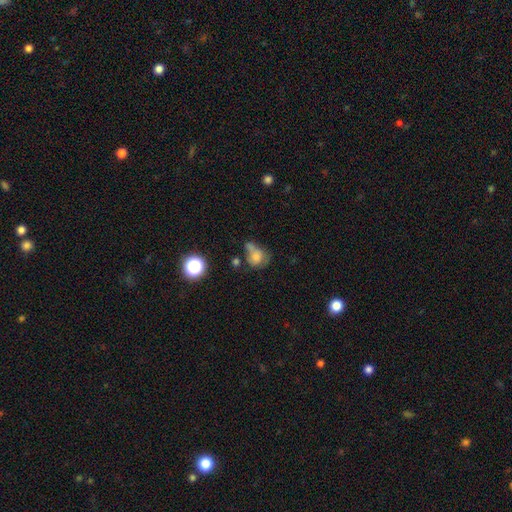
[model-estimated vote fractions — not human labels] This is likely a smooth galaxy (67%). How rounded: possibly round (58%). Merging: marginally none (29%).